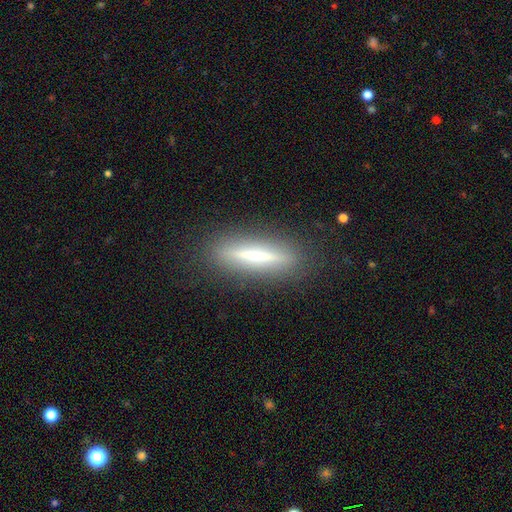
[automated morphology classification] Smooth or featured?
  - featured or disk: 50% *
  - smooth: 42%
  - star or artifact: 8%
Merging?
  - none: 88% *
  - minor disturbance: 8%
  - major disturbance: 3%
  - merger: 1%